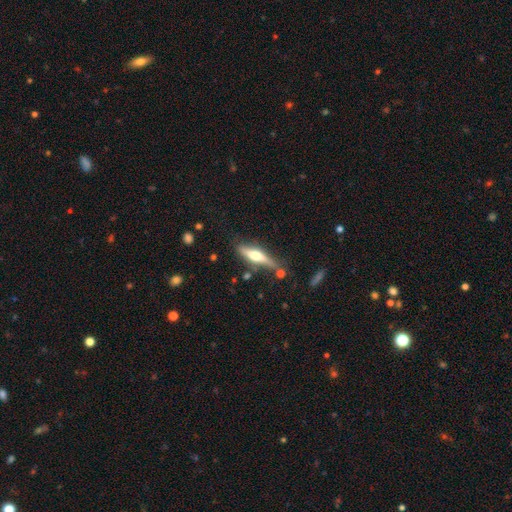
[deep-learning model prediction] Smooth or featured? Predicted: featured or disk (p=0.53). Edge-on disk? Predicted: yes (p=0.91). Merging? Predicted: none (p=0.66).